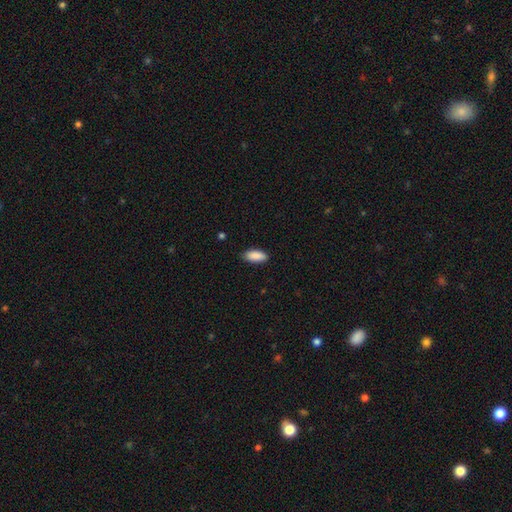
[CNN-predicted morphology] type=smooth (90%); roundness=in between (88%); merging=none (85%).